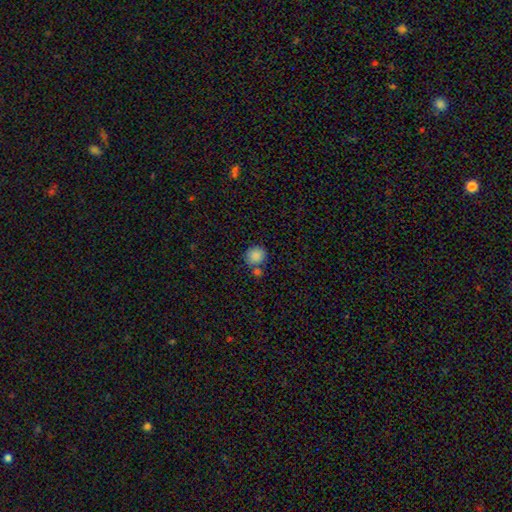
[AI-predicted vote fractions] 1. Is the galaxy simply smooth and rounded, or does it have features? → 87% smooth, 9% star or artifact, 4% featured or disk.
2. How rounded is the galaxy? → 86% round, 13% in between, 1% cigar-shaped.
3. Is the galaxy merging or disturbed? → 68% none, 18% merger, 11% minor disturbance, 3% major disturbance.